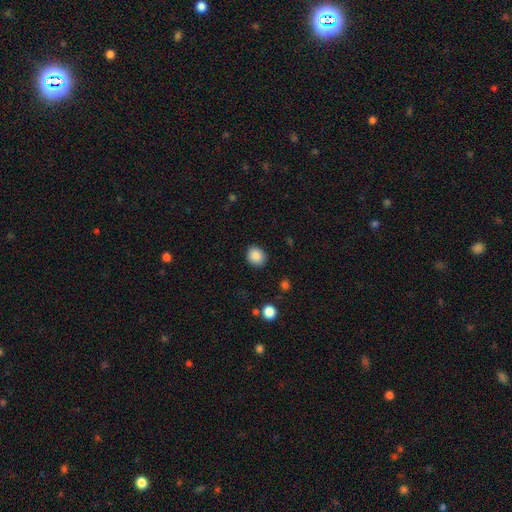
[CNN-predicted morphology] Q: Smooth or featured?
A: smooth (87%); runner-up: star or artifact (9%)
Q: How rounded?
A: round (66%); runner-up: in between (33%)
Q: Merging?
A: none (89%); runner-up: minor disturbance (7%)